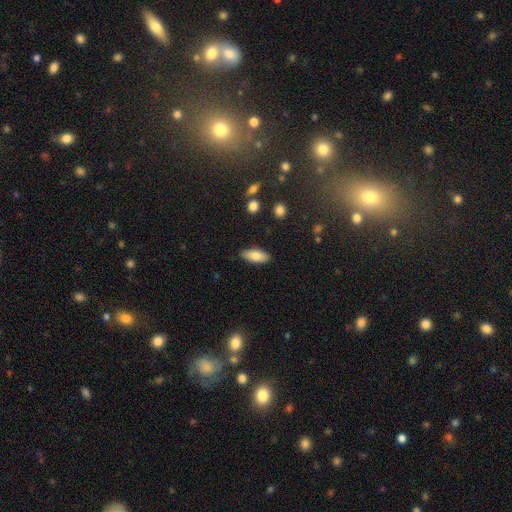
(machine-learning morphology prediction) Overall: smooth (81%). How rounded: in between (83%). Merging: none (86%).